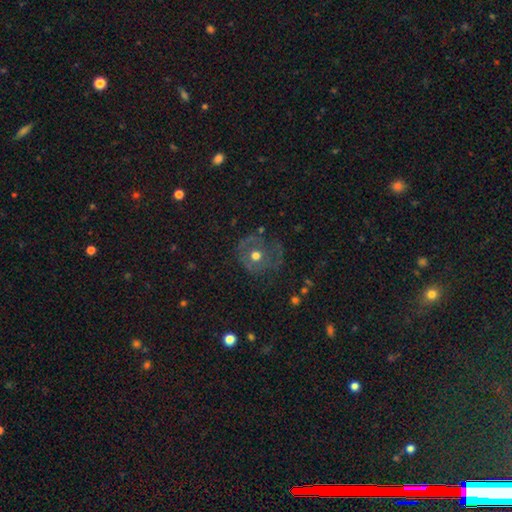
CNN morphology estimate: smooth-or-featured: smooth: 44% (tied) | featured or disk: 44% (tied) | star or artifact: 12%
  merging: none: 61% | minor disturbance: 20% | major disturbance: 16% | merger: 2%